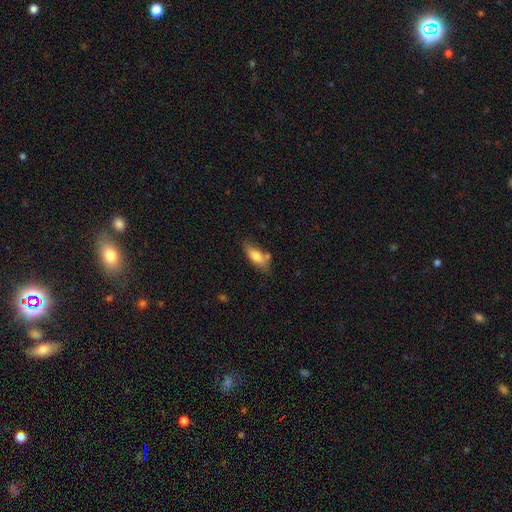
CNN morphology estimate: Smooth or featured: smooth — 74% (featured or disk — 20%)
How rounded: in between — 71% (cigar-shaped — 26%)
Merging: none — 61% (minor disturbance — 21%)